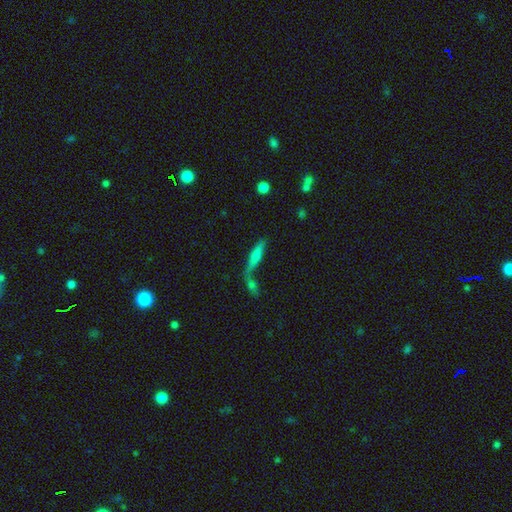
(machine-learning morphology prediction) smooth-or-featured: smooth: 58% | featured or disk: 30% | star or artifact: 12%
  how-rounded: cigar-shaped: 76% | in between: 21% | round: 3%
  merging: merger: 45% | none: 39% | minor disturbance: 10% | major disturbance: 7%